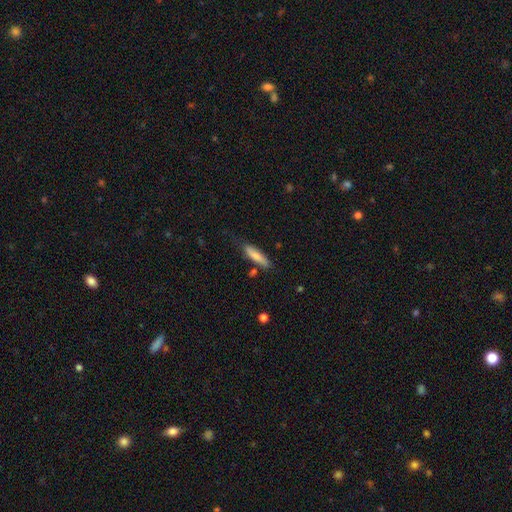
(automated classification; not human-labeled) Smooth or featured: smooth — 78% (featured or disk — 16%)
How rounded: cigar-shaped — 73% (in between — 25%)
Merging: none — 73% (minor disturbance — 19%)